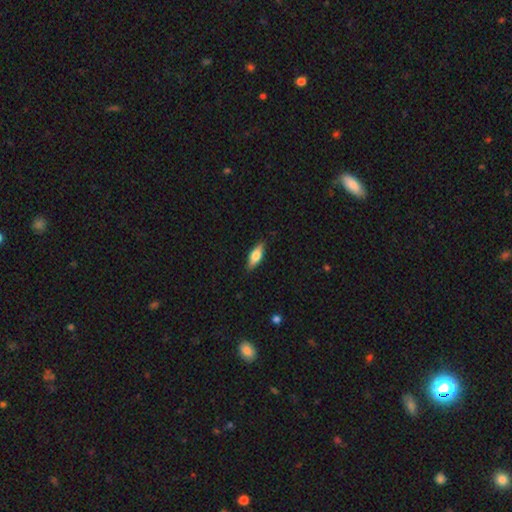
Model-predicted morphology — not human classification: This is likely a smooth galaxy (63%). How rounded: likely in between (61%). Merging: clearly none (87%).